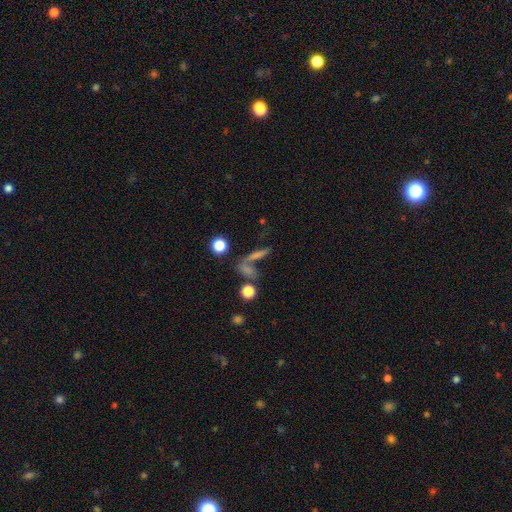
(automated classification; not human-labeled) A smooth galaxy with no disk features (44%).

Vote fractions:
- Smooth or featured? smooth: 44% / featured or disk: 32% / star or artifact: 24%
- Merging? none: 46% / merger: 28% / major disturbance: 13% / minor disturbance: 13%